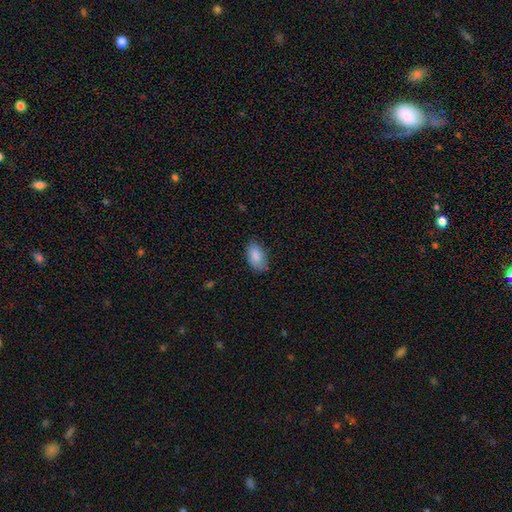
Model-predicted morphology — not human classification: Q: Smooth or featured?
A: smooth (87%); runner-up: star or artifact (7%)
Q: How rounded?
A: in between (94%); runner-up: round (4%)
Q: Merging?
A: none (79%); runner-up: minor disturbance (17%)